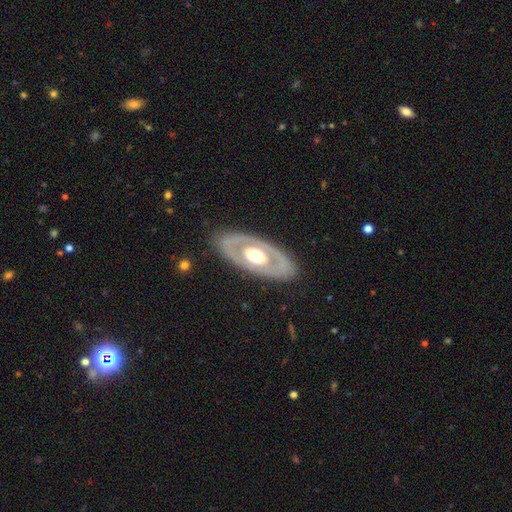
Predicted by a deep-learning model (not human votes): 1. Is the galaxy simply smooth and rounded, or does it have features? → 65% featured or disk, 31% smooth, 4% star or artifact.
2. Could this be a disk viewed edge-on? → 86% no, 14% yes.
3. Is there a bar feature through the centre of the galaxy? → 88% no, 9% weak, 4% strong.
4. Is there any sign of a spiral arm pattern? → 88% no, 12% yes.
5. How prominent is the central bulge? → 60% moderate, 33% large, 4% small, 2% dominant, 1% none.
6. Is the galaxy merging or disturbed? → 84% none, 11% minor disturbance, 4% major disturbance, 1% merger.